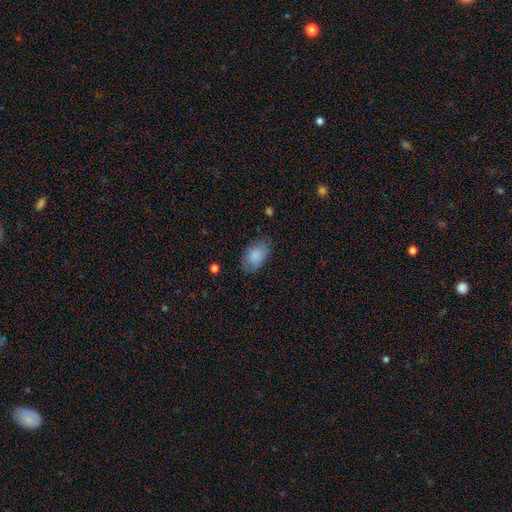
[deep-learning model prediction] This is clearly a smooth galaxy (84%). How rounded: clearly in between (90%). Merging: likely none (73%).